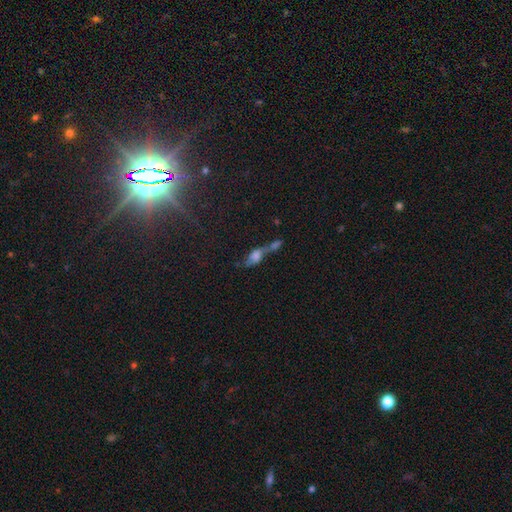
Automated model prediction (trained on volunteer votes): Smooth or featured: smooth — 48% (featured or disk — 35%)
Merging: merger — 63% (none — 18%)